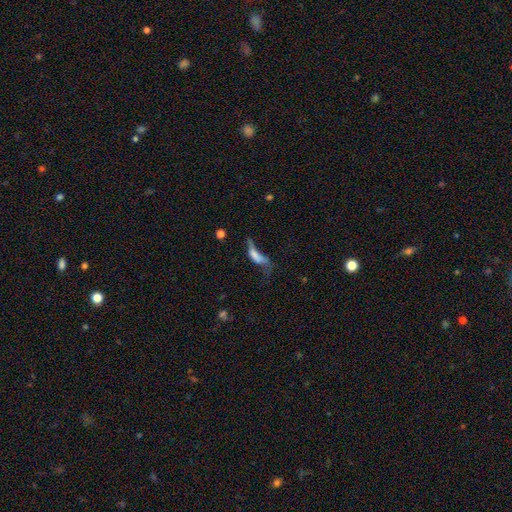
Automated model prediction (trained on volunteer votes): A smooth galaxy with no disk features (53%) that is in between round and cigar-shaped (48%, tied with cigar-shaped). Merging: major disturbance (49%).